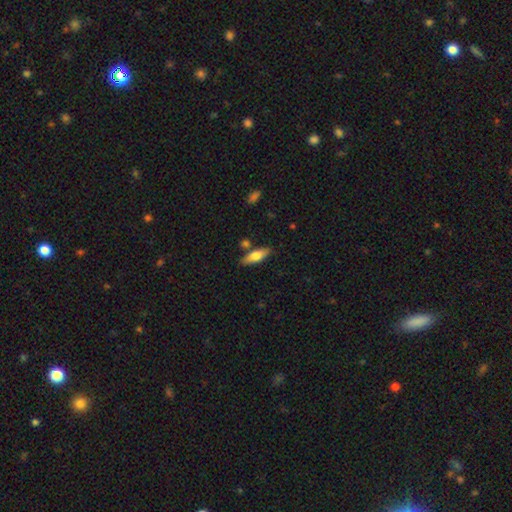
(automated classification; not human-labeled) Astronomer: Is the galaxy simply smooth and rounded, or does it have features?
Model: smooth — 65%.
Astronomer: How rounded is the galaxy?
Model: in between — 57% (runner-up: cigar-shaped, 40%).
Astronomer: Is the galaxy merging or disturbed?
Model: none — 78%.